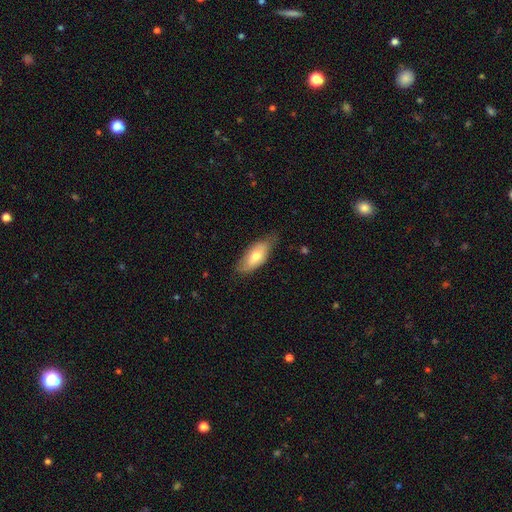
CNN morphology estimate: Smooth or featured? Predicted: smooth (p=0.69). How rounded? Predicted: in between (p=0.85). Merging? Predicted: none (p=0.65).